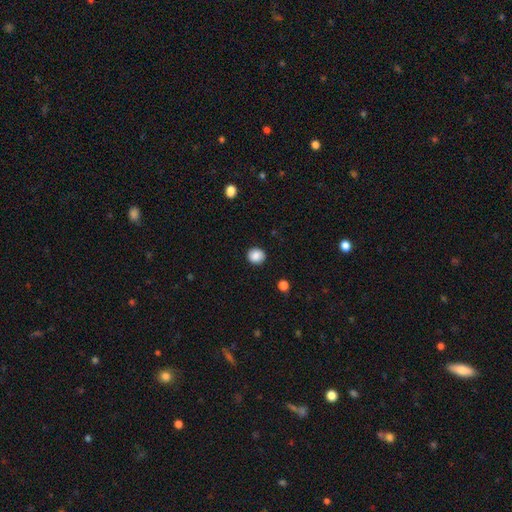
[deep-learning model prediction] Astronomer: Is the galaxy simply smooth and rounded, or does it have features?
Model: smooth — 86%.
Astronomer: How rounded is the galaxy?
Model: round — 86%.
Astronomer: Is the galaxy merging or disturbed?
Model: none — 89%.